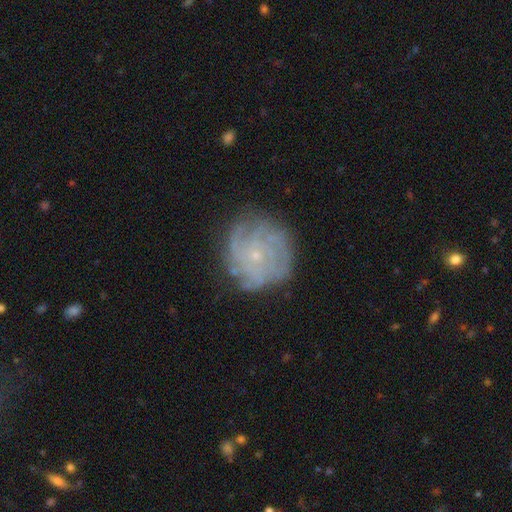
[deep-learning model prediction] This is likely a featured or disk galaxy (72%). It is clearly not viewed edge-on (97%). Bar: clearly no (83%). Spiral arm pattern: clearly yes (84%). Spiral arm count: marginally can't tell (43%). Spiral winding: likely tight (64%). Central bulge: clearly small (83%). Merging: likely none (72%).